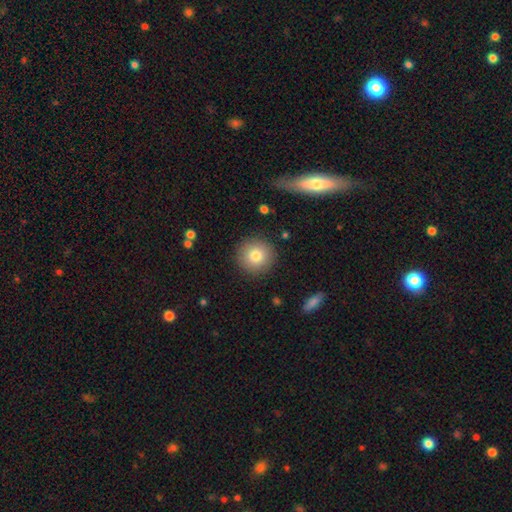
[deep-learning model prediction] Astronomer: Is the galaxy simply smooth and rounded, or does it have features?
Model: smooth — 81%.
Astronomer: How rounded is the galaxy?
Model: round — 95%.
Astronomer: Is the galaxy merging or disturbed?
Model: none — 90%.